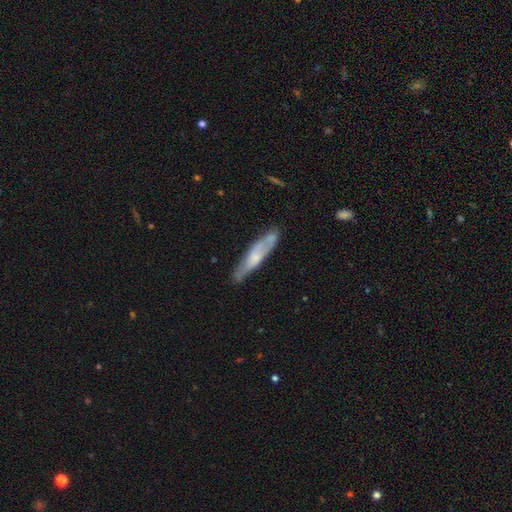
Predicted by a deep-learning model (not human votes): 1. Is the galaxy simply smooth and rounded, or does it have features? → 49% featured or disk, 45% smooth, 6% star or artifact.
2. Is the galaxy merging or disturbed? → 68% none, 23% minor disturbance, 5% major disturbance, 4% merger.